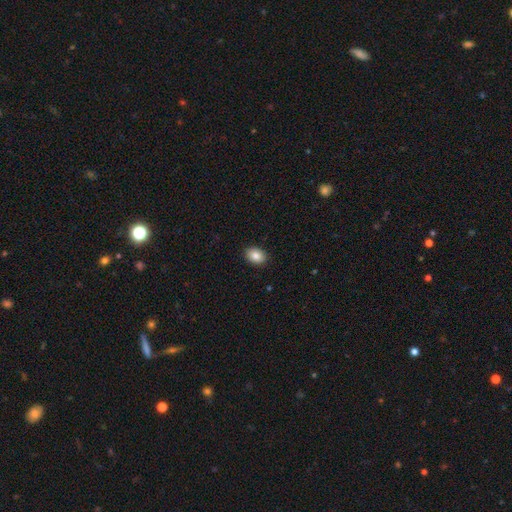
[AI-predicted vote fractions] Smooth or featured?
  - smooth: 86% *
  - star or artifact: 8%
  - featured or disk: 6%
How rounded?
  - in between: 77% *
  - round: 22%
  - cigar-shaped: 1%
Merging?
  - none: 90% *
  - minor disturbance: 7%
  - major disturbance: 2%
  - merger: 1%